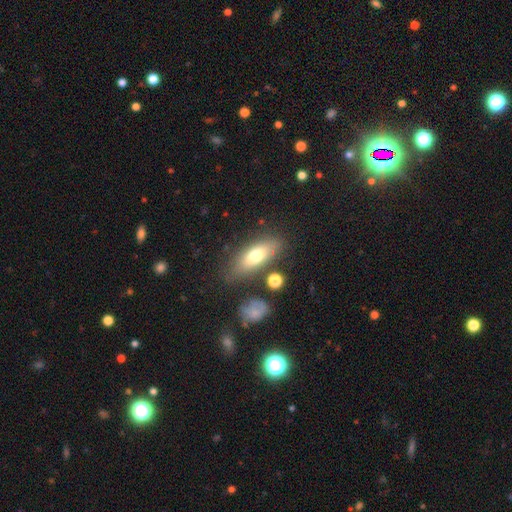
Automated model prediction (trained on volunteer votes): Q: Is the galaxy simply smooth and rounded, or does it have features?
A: smooth — 68%.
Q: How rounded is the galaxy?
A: in between — 70%.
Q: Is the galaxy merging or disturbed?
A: none — 74%.